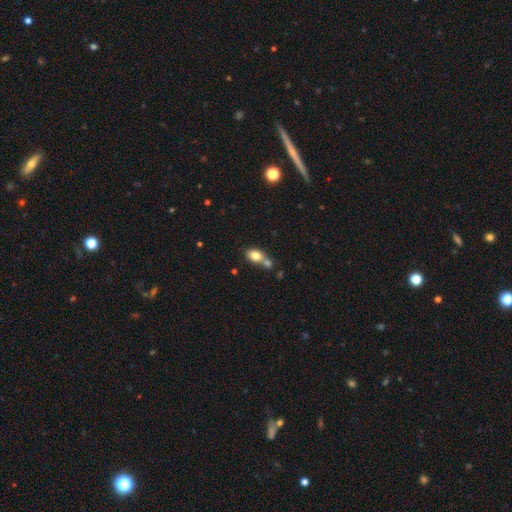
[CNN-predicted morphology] Smooth or featured? smooth (78%)
How rounded? in between (72%)
Merging? merger (47%)